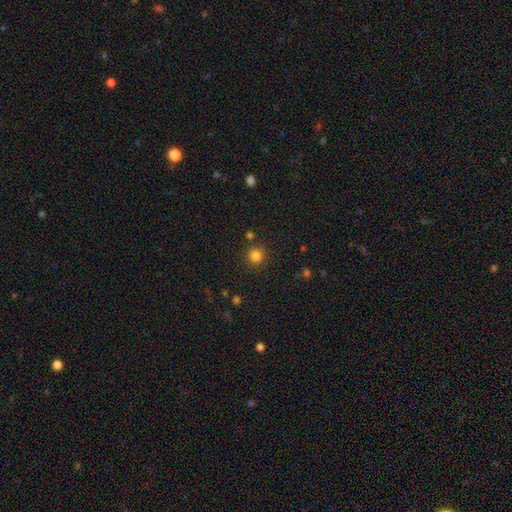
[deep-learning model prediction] Smooth or featured?
  - smooth: 82% *
  - star or artifact: 14%
  - featured or disk: 5%
How rounded?
  - round: 93% *
  - in between: 6%
  - cigar-shaped: 1%
Merging?
  - none: 85% *
  - minor disturbance: 8%
  - merger: 4%
  - major disturbance: 3%